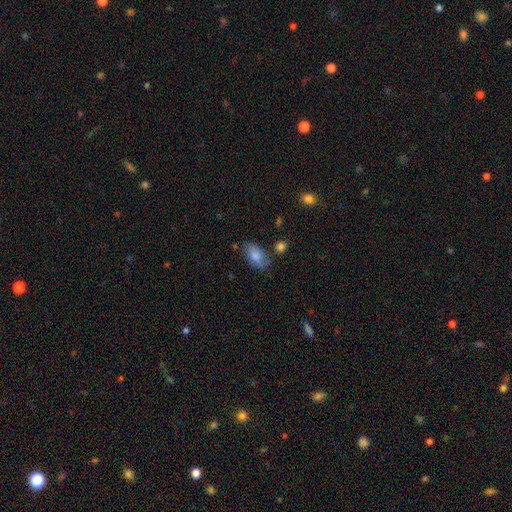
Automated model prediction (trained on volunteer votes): This appears to be a smooth galaxy with no disk features (75%) that is in between round and cigar-shaped (91%). Merging: none (67%).